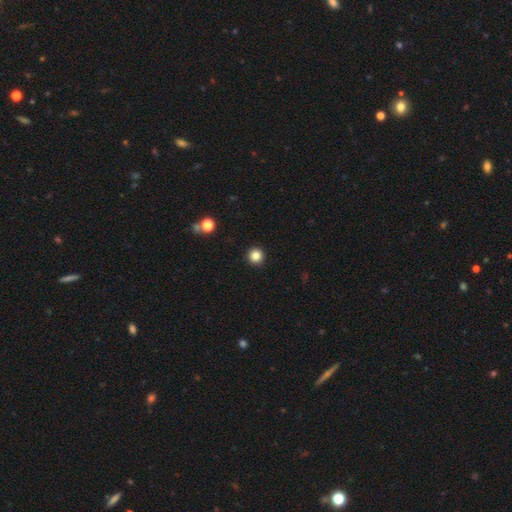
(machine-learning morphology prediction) smooth_or_featured: smooth (p=0.84) [alt: star or artifact p=0.12]
how_rounded: round (p=0.96) [alt: in between p=0.03]
merging: none (p=0.93) [alt: minor disturbance p=0.04]